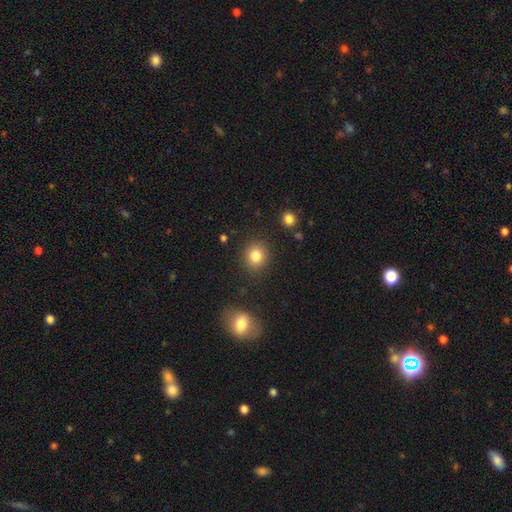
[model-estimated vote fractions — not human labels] This appears to be a smooth galaxy with no disk features (83%) that is round (78%). Merging: none (87%).